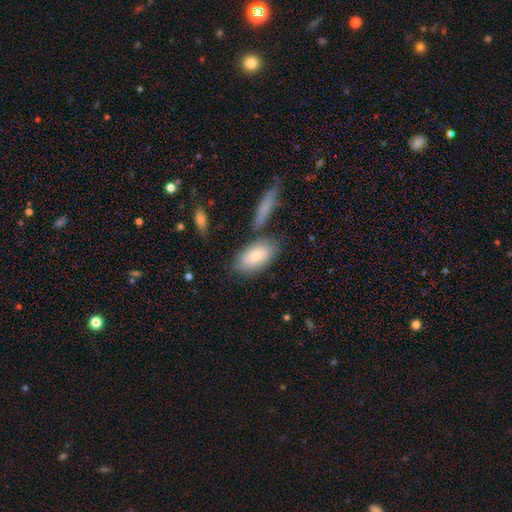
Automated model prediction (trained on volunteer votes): A smooth galaxy with no disk features (75%) that is in between round and cigar-shaped (91%).

Vote fractions:
- Smooth or featured? smooth: 75% / featured or disk: 19% / star or artifact: 6%
- How rounded? in between: 91% / cigar-shaped: 4% / round: 4%
- Merging? none: 66% / minor disturbance: 16% / merger: 13% / major disturbance: 5%